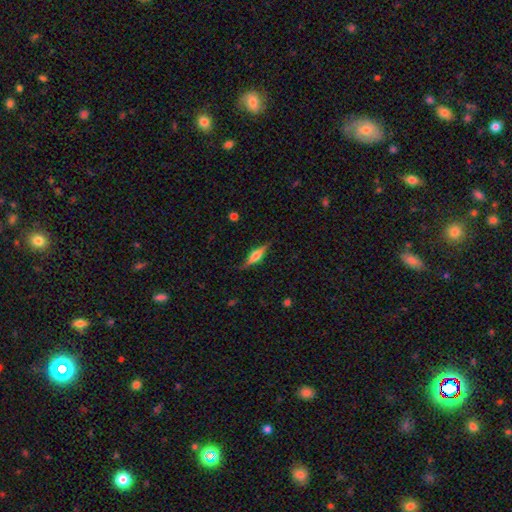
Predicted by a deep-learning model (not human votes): Morphology: type=featured or disk (63%); edge-on=yes (95%); edge-on bulge=rounded (75%); merging=none (83%).